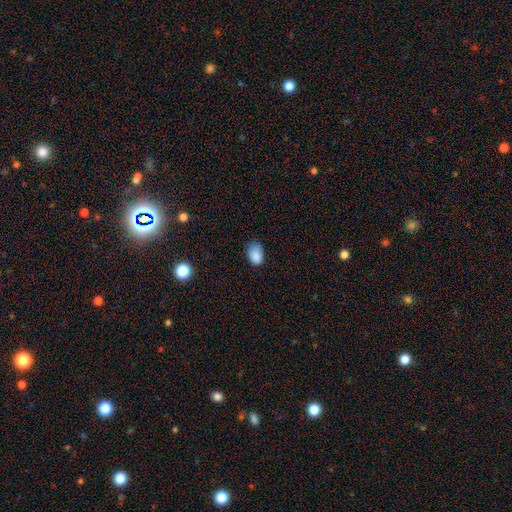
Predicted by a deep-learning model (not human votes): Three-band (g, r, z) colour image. It shows a smooth galaxy with no disk features (86%) that is in between round and cigar-shaped (82%). Merging: none (59%).